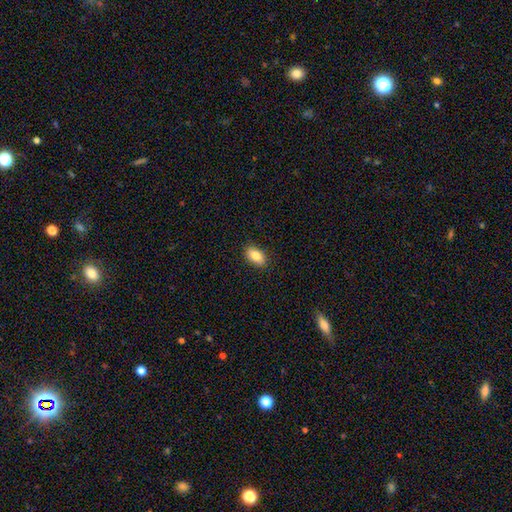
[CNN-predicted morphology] Smooth or featured? smooth (82%)
How rounded? in between (91%)
Merging? none (88%)